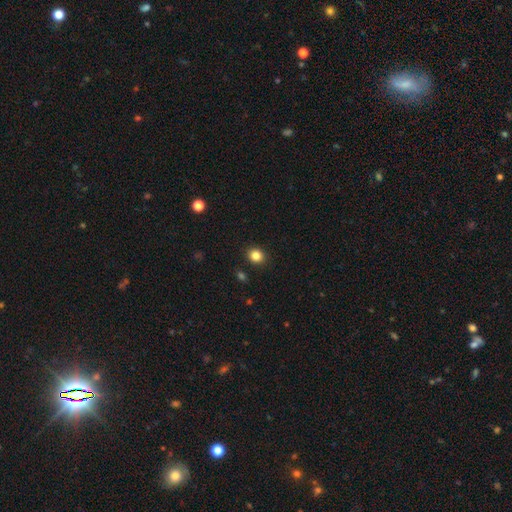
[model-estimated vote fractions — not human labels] smooth_or_featured: smooth (p=0.84) [alt: star or artifact p=0.11]
how_rounded: round (p=0.75) [alt: in between p=0.25]
merging: none (p=0.90) [alt: minor disturbance p=0.06]